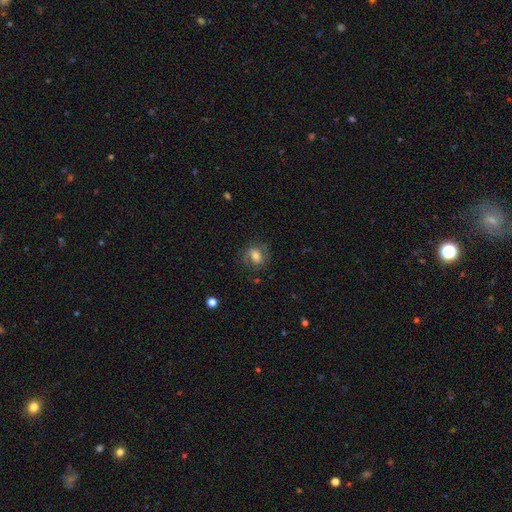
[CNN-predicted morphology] smooth_or_featured: featured or disk (p=0.55) [alt: smooth p=0.36]
disk_edge_on: no (p=0.97) [alt: yes p=0.03]
bar: no (p=0.47) [alt: weak p=0.40]
has_spiral_arms: yes (p=0.84) [alt: no p=0.16]
bulge_size: moderate (p=0.57) [alt: small p=0.23]
merging: none (p=0.64) [alt: minor disturbance p=0.19]